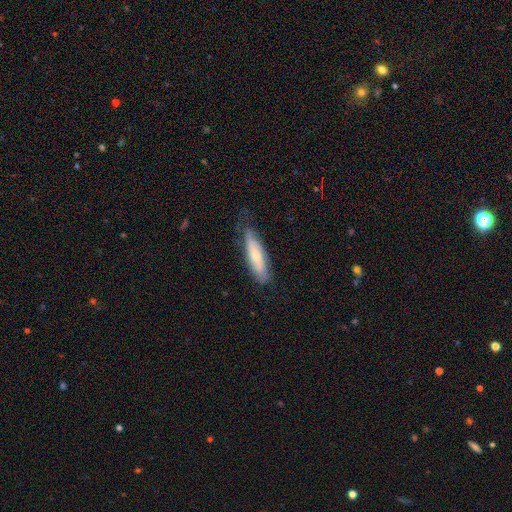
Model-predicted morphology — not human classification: The model was most divided on "smooth or featured": smooth: 60%, featured or disk: 34%, star or artifact: 6%. More confident: merging — none (65%); how rounded — cigar-shaped (64%).